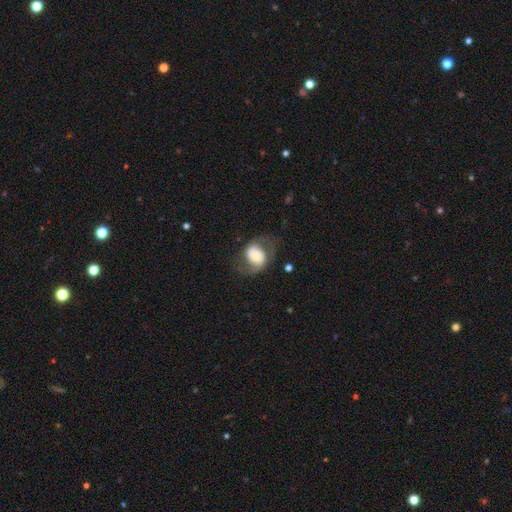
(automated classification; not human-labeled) smooth-or-featured: featured or disk: 59% | smooth: 34% | star or artifact: 7%
  disk-edge-on: no: 96% | yes: 4%
    bar: no: 61% | weak: 26% | strong: 13%
    has-spiral-arms: yes: 77% | no: 23%
    bulge-size: moderate: 54% | small: 27% | large: 14% | dominant: 4% | none: 2%
  merging: none: 59% | minor disturbance: 21% | major disturbance: 19% | merger: 2%